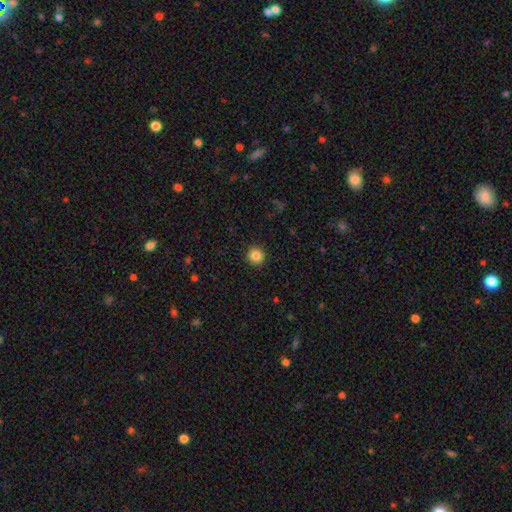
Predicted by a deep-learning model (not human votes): A smooth galaxy with no disk features (85%) that is round (94%).

Vote fractions:
- Smooth or featured? smooth: 85% / star or artifact: 10% / featured or disk: 5%
- How rounded? round: 94% / in between: 5% / cigar-shaped: 1%
- Merging? none: 91% / minor disturbance: 6% / major disturbance: 2% / merger: 1%